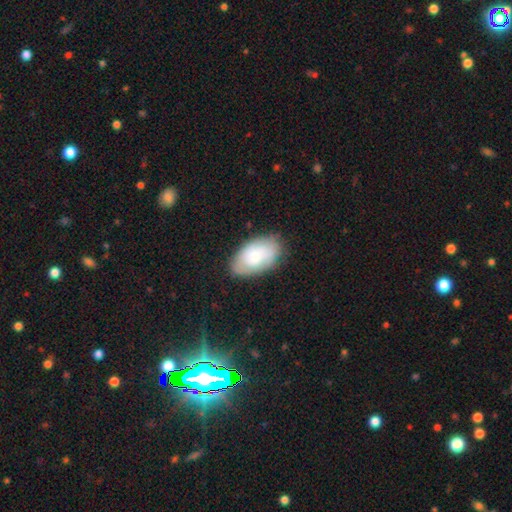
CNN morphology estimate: smooth 65%, featured or disk 28%, star or artifact 7%. Down the decision tree: how rounded — in between (93%); merging — none (75%).